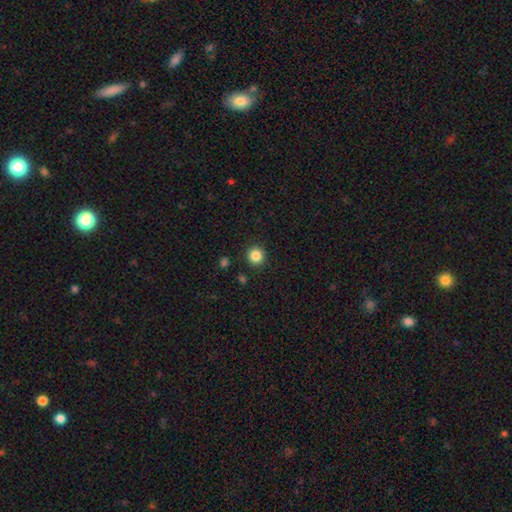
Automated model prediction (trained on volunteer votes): Smooth or featured? smooth (85%)
How rounded? round (93%)
Merging? none (91%)